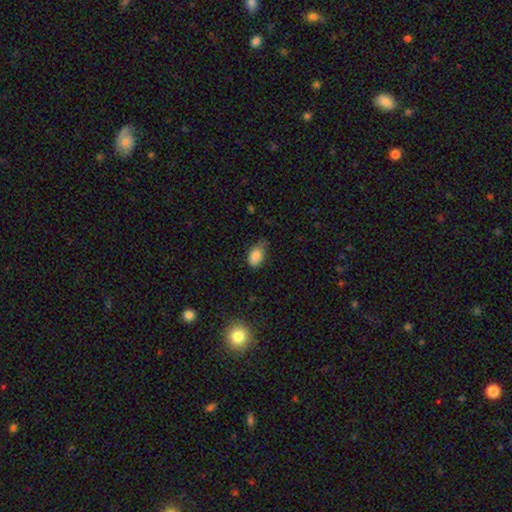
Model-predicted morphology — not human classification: Q: Smooth or featured?
A: smooth (85%); runner-up: star or artifact (9%)
Q: How rounded?
A: in between (90%); runner-up: round (8%)
Q: Merging?
A: none (52%); runner-up: minor disturbance (38%)